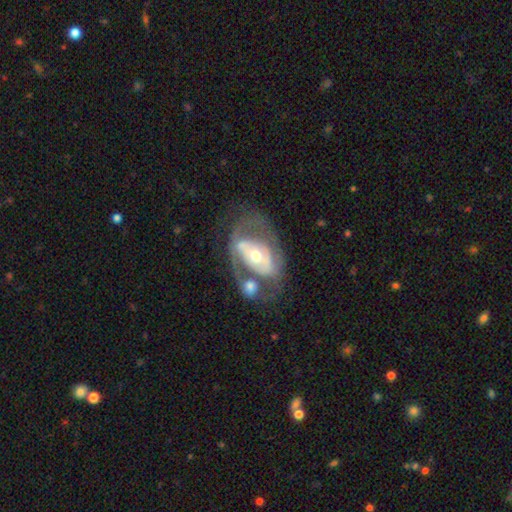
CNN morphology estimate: This is likely a featured or disk galaxy (76%). It is clearly not viewed edge-on (95%). Bar: possibly no (46%). Spiral arm pattern: possibly yes (60%). Central bulge: likely moderate (61%). Merging: marginally none (37%).